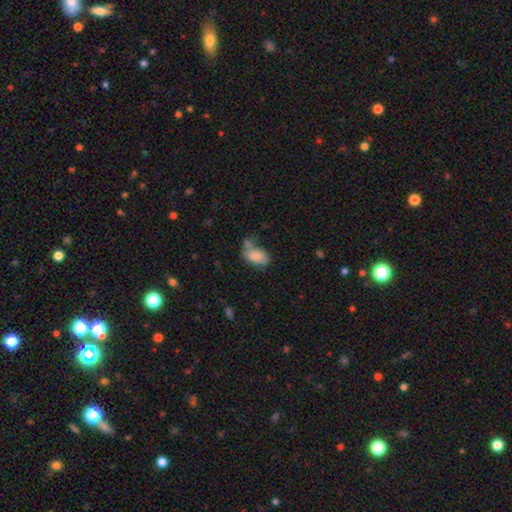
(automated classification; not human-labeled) Q: Smooth or featured?
A: smooth (82%); runner-up: featured or disk (10%)
Q: How rounded?
A: in between (92%); runner-up: round (6%)
Q: Merging?
A: none (47%); runner-up: merger (23%)